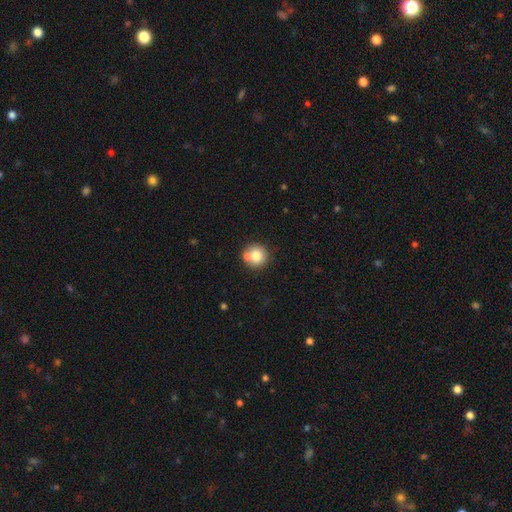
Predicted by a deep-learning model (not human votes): The model was most divided on "merging": none: 69%, merger: 19%, minor disturbance: 10%, major disturbance: 3%. More confident: how rounded — round (92%); smooth or featured — smooth (76%).